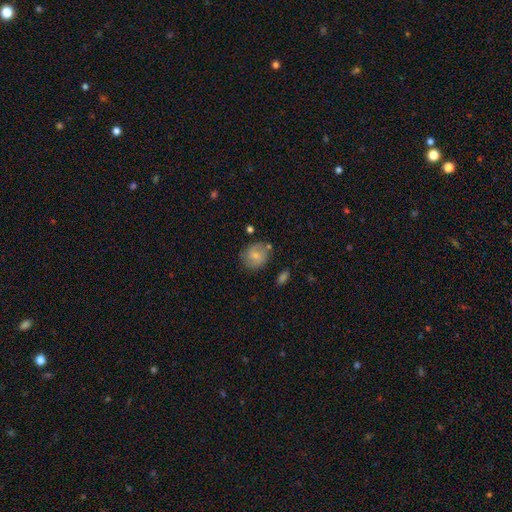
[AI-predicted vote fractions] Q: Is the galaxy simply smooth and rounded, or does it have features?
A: smooth — 59%.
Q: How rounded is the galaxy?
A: round — 68%.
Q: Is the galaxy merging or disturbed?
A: none — 72%.